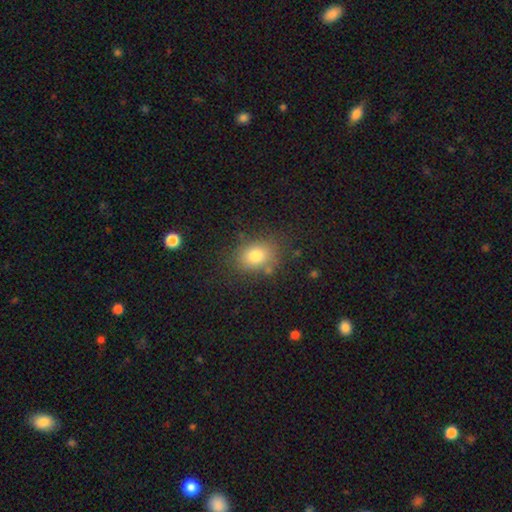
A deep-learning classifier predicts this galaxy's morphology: This appears to be a smooth galaxy with no disk features (80%) that is in between round and cigar-shaped (62%). Merging: none (78%).